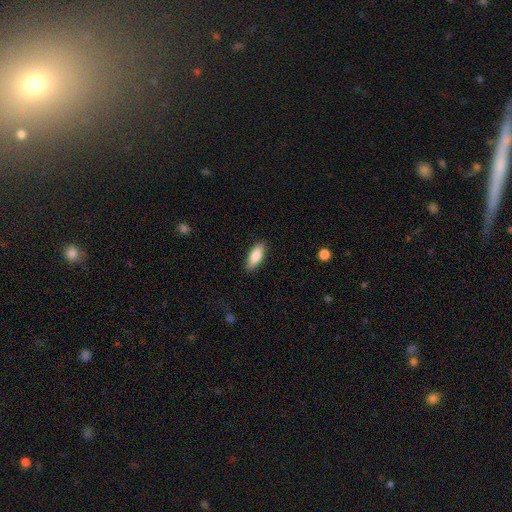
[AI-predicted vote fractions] Morphology: type=smooth (84%); roundness=in between (75%); merging=none (87%).